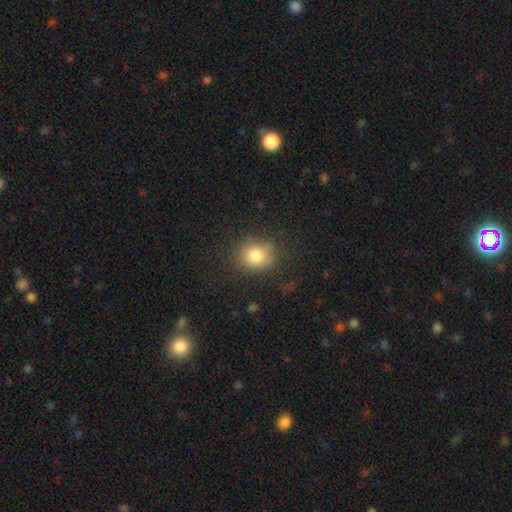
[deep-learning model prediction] Smooth or featured?
  - smooth: 81% *
  - star or artifact: 11%
  - featured or disk: 8%
How rounded?
  - round: 76% *
  - in between: 23%
  - cigar-shaped: 1%
Merging?
  - none: 75% *
  - minor disturbance: 17%
  - major disturbance: 7%
  - merger: 2%